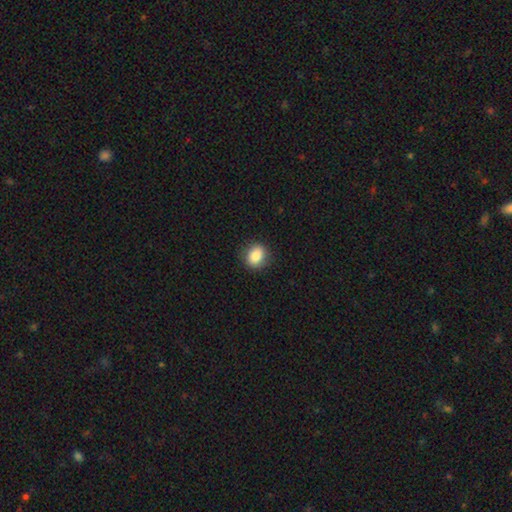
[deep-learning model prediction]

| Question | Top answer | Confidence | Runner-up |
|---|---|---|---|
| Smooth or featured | smooth | 86% | star or artifact (9%) |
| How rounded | round | 64% | in between (35%) |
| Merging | none | 89% | minor disturbance (8%) |